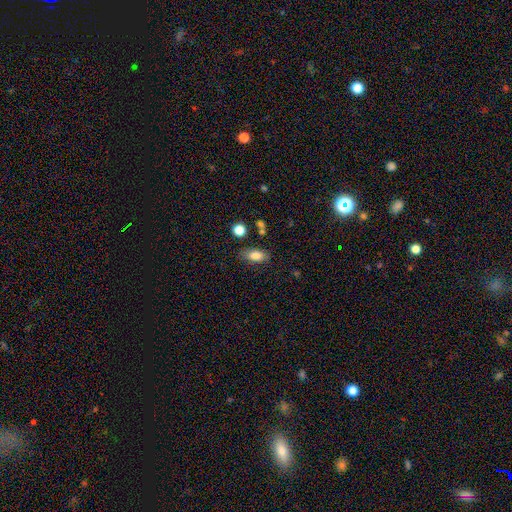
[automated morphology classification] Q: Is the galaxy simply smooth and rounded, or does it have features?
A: smooth — 82%.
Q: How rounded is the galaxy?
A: in between — 87%.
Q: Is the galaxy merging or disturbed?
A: none — 78%.